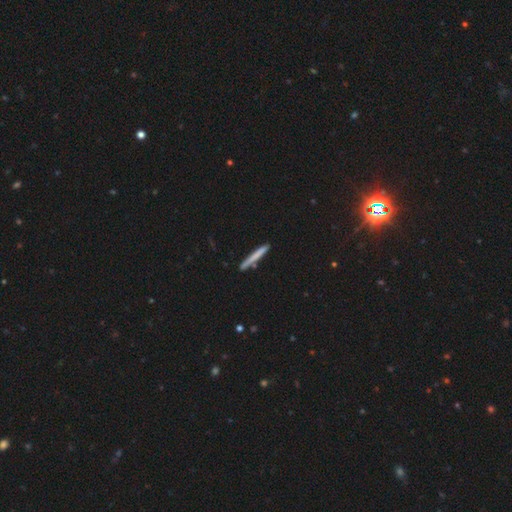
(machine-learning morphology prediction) This appears to be a smooth galaxy with no disk features (68%) that is cigar-shaped (97%). Merging: none (85%).